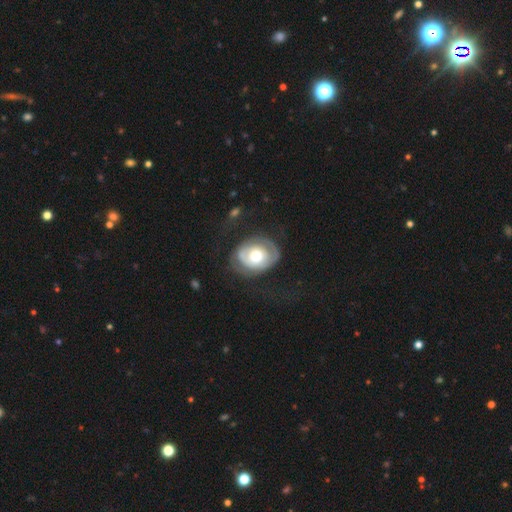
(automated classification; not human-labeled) A featured or disk galaxy (58%) with no bar (83%), spiral arms (56%) and a moderate central bulge (69%).

Vote fractions:
- Smooth or featured? featured or disk: 58% / smooth: 36% / star or artifact: 6%
- Edge-on disk? no: 95% / yes: 5%
- Bar? no: 83% / weak: 13% / strong: 4%
- Spiral arms? yes: 56% / no: 44%
- Bulge size? moderate: 69% / large: 17% / small: 12% / dominant: 2% / none: 1%
- Merging? none: 56% / major disturbance: 21% / minor disturbance: 21% / merger: 2%